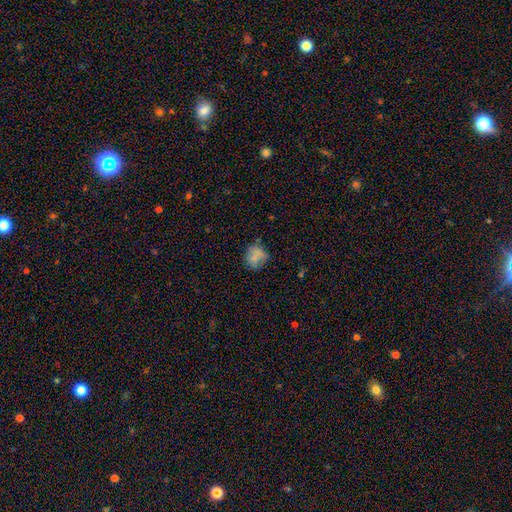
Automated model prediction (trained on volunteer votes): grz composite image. It shows a smooth galaxy with no disk features (70%) that is round (74%). Merging: none (59%).